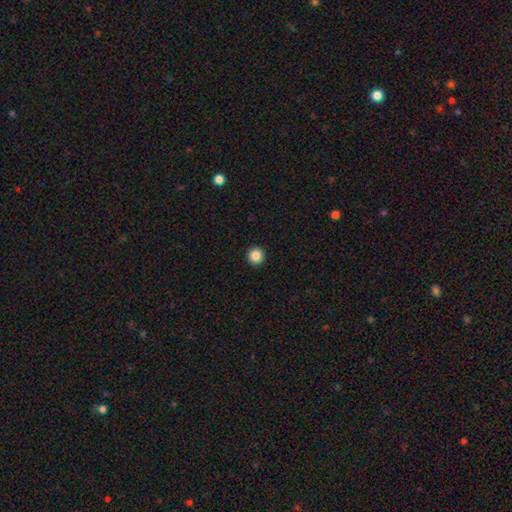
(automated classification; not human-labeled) Smooth or featured? smooth (87%)
How rounded? round (96%)
Merging? none (94%)